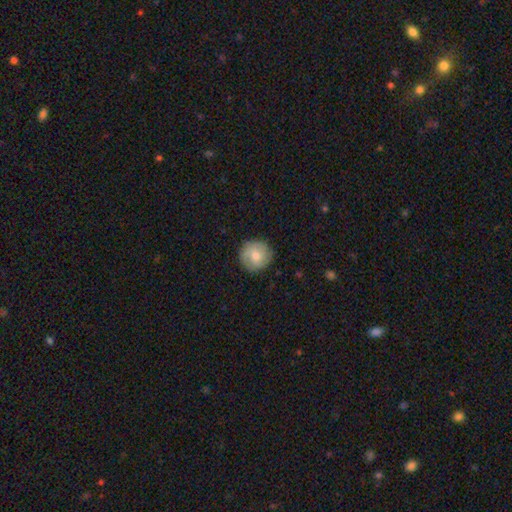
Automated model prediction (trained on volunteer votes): Morphology: type=smooth (59%); roundness=round (94%); merging=none (86%).